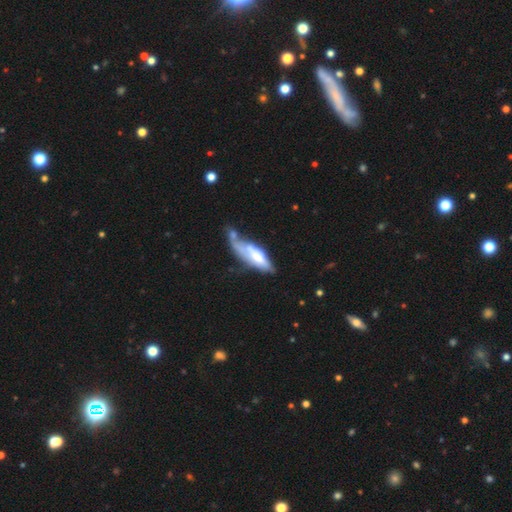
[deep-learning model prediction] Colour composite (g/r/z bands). It shows a smooth galaxy with no disk features (48%). Merging: major disturbance (31%).